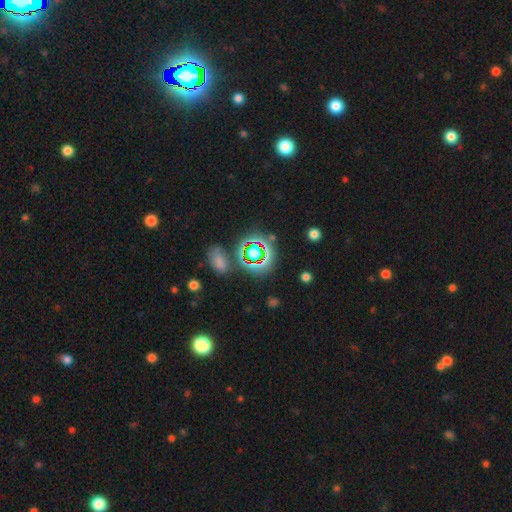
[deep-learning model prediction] A star or artifact, not a galaxy (59%).

Vote fractions:
- Smooth or featured? star or artifact: 59% / smooth: 30% / featured or disk: 12%